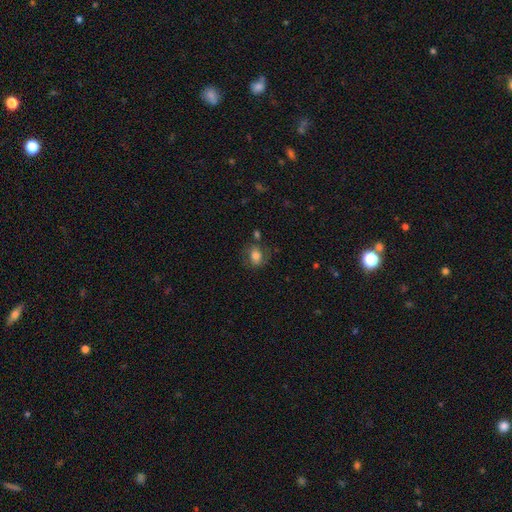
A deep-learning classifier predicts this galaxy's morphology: A smooth galaxy with no disk features (68%) that is in between round and cigar-shaped (59%). Merging: none (61%).